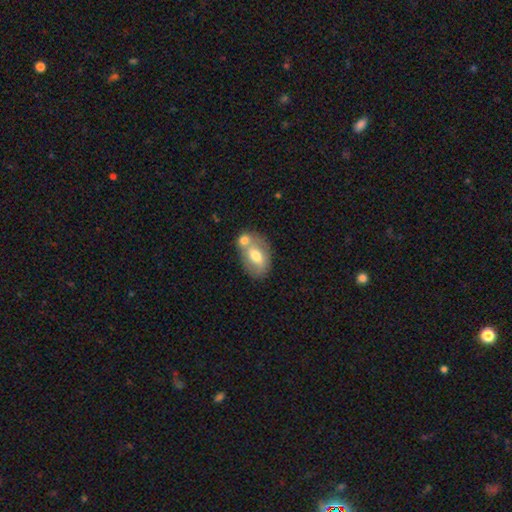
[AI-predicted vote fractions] smooth 59%, featured or disk 34%, star or artifact 7%. Down the decision tree: how rounded — in between (82%); merging — none (42%).